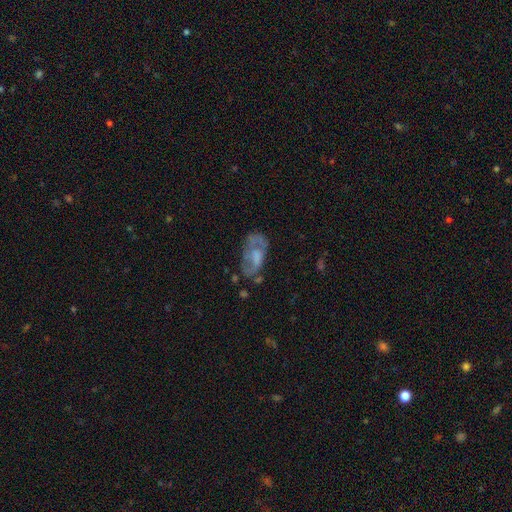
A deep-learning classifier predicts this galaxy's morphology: type=featured or disk (56%); edge-on=no (94%); bar=no (69%); spiral arms=no (57%); bulge=none (40%); merging=none (46%).